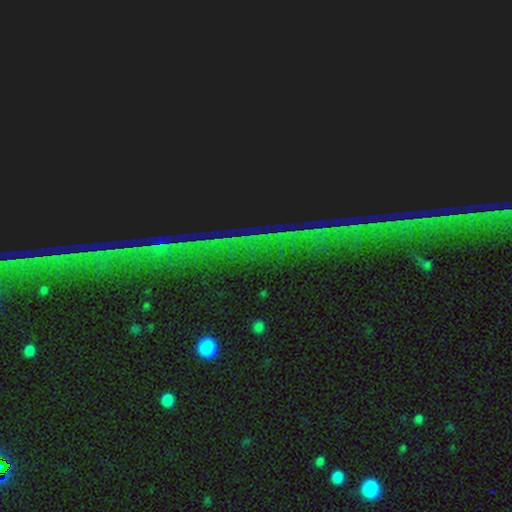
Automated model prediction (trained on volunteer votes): Morphology: type=star or artifact (84%).